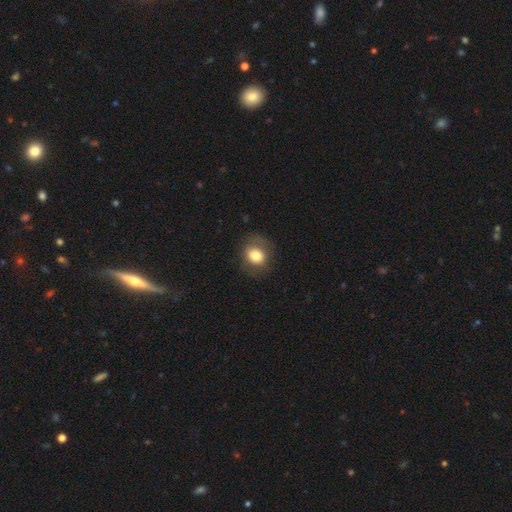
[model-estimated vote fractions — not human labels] smooth 77%, featured or disk 14%, star or artifact 9%. Down the decision tree: how rounded — round (66%); merging — none (76%).